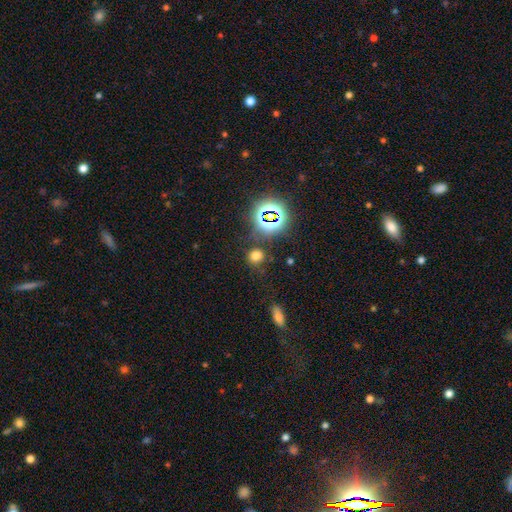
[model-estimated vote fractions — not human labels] Smooth or featured: smooth — 65% (star or artifact — 28%)
How rounded: round — 82% (in between — 17%)
Merging: none — 80% (minor disturbance — 11%)